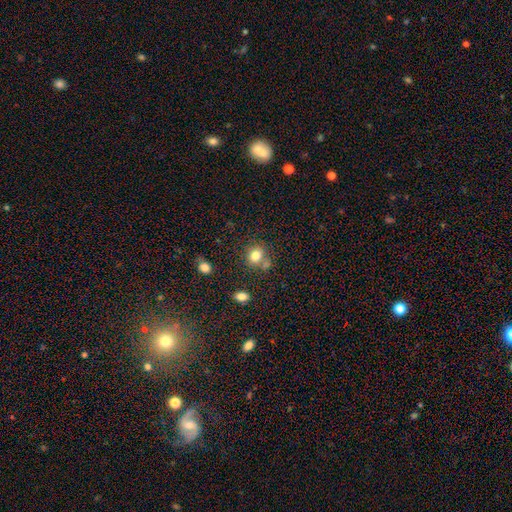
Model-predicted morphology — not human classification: Smooth or featured?
  - smooth: 80% *
  - star or artifact: 12%
  - featured or disk: 9%
How rounded?
  - round: 73% *
  - in between: 26%
  - cigar-shaped: 1%
Merging?
  - none: 65% *
  - merger: 16%
  - minor disturbance: 14%
  - major disturbance: 5%